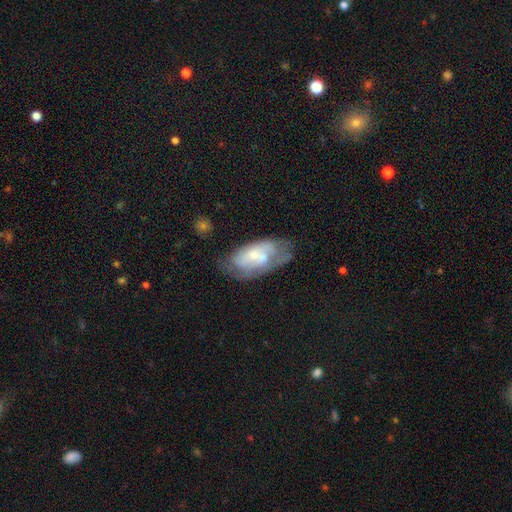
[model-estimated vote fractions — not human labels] smooth-or-featured: featured or disk: 57% | smooth: 36% | star or artifact: 7%
  disk-edge-on: no: 93% | yes: 7%
    bar: no: 68% | weak: 25% | strong: 6%
    has-spiral-arms: yes: 58% | no: 42%
    bulge-size: small: 51% | moderate: 36% | none: 6% | large: 5% | dominant: 1%
  merging: none: 44% | minor disturbance: 29% | major disturbance: 18% | merger: 10%